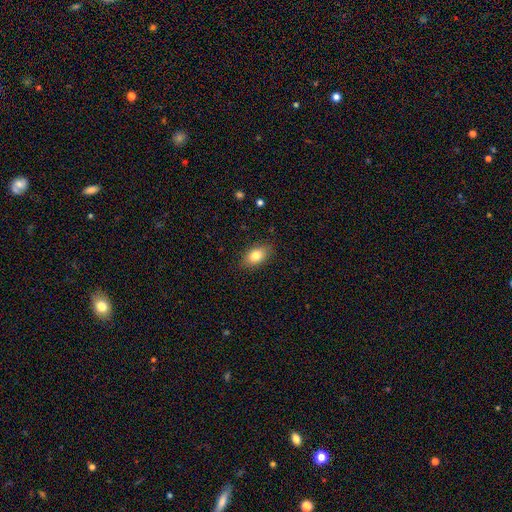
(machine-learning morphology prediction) smooth 81%, featured or disk 11%, star or artifact 8%. Down the decision tree: how rounded — in between (88%); merging — none (86%).